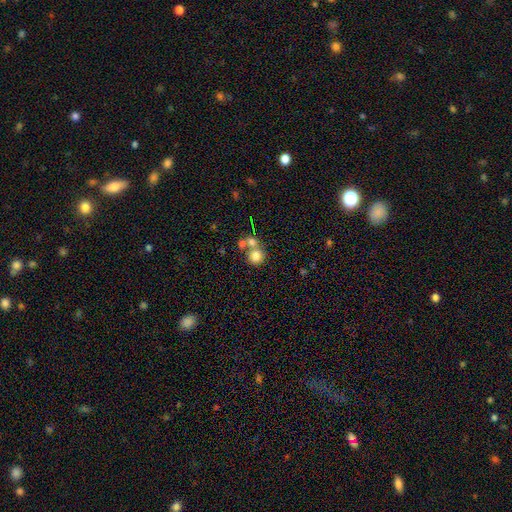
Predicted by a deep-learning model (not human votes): Morphology: type=smooth (77%); roundness=round (88%); merging=none (48%).